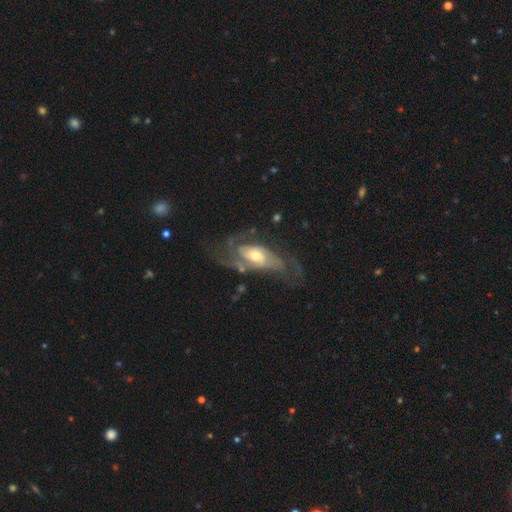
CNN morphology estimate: Q: Smooth or featured?
A: featured or disk (85%); runner-up: smooth (10%)
Q: Edge-on disk?
A: no (93%); runner-up: yes (7%)
Q: Bar?
A: no (59%); runner-up: weak (30%)
Q: Spiral arms?
A: yes (92%); runner-up: no (8%)
Q: Spiral winding?
A: medium (42%); runner-up: tight (40%)
Q: Spiral arm count?
A: 2 (38%); runner-up: can't tell (26%)
Q: Bulge size?
A: moderate (59%); runner-up: small (30%)
Q: Merging?
A: none (57%); runner-up: major disturbance (21%)